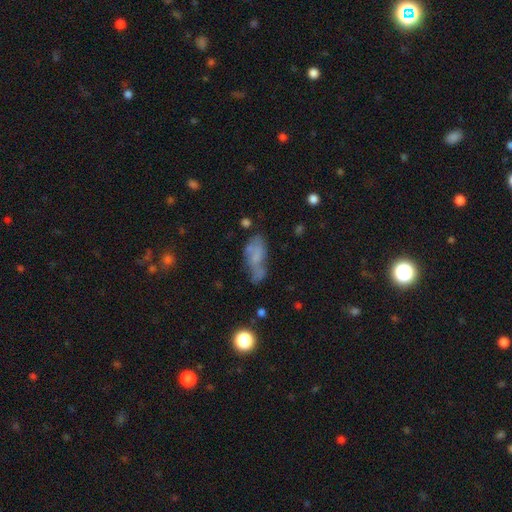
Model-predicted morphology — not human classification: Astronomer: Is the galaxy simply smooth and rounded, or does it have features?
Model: smooth — 51% (runner-up: featured or disk, 35%).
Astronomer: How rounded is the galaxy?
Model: in between — 72%.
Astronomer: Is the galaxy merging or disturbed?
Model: none — 42% (runner-up: minor disturbance, 25%).